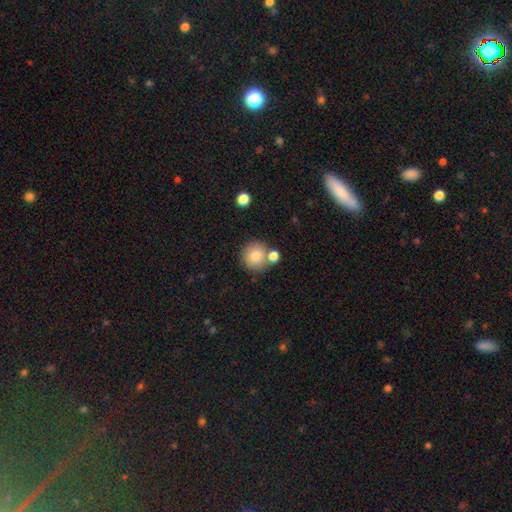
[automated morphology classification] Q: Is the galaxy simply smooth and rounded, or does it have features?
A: smooth — 82%.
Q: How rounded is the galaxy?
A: round — 91%.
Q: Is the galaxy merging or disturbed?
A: none — 65%.